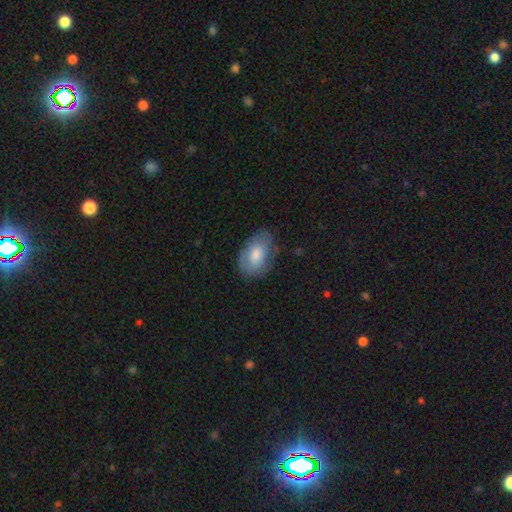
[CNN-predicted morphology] This is possibly a smooth galaxy (59%). How rounded: clearly in between (88%). Merging: likely none (63%).